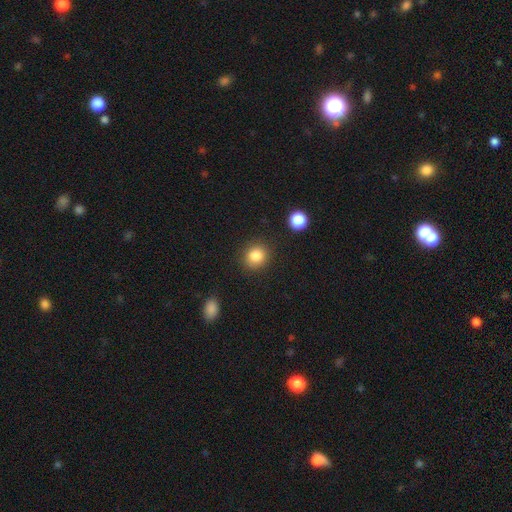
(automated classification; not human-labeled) Q: Smooth or featured?
A: smooth (85%); runner-up: star or artifact (10%)
Q: How rounded?
A: round (80%); runner-up: in between (19%)
Q: Merging?
A: none (86%); runner-up: minor disturbance (9%)